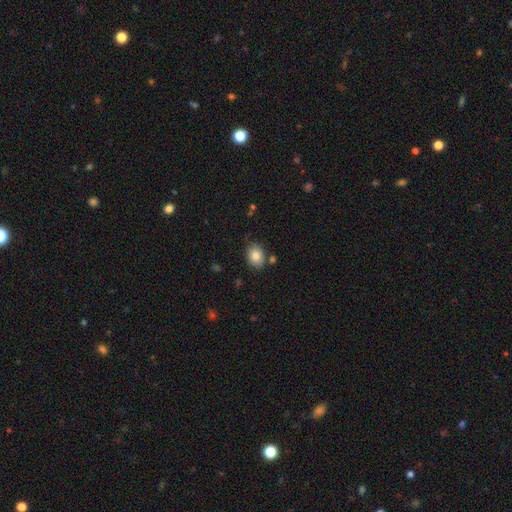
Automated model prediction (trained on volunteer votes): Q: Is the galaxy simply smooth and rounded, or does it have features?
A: smooth — 84%.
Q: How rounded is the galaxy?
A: in between — 65%.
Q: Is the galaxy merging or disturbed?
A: none — 79%.